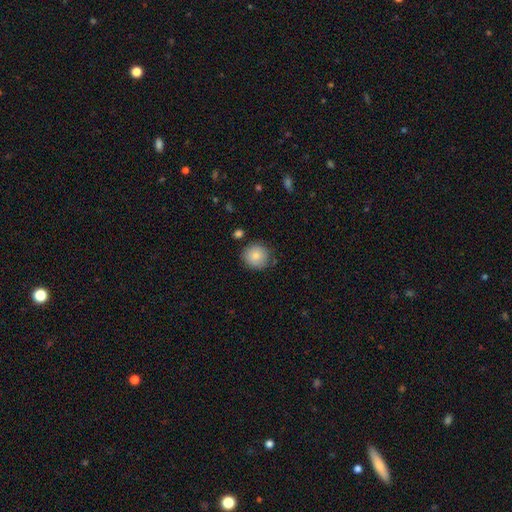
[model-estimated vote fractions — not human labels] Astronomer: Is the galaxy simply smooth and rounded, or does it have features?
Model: smooth — 84%.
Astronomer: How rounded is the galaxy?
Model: round — 92%.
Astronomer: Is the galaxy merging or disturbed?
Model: none — 83%.